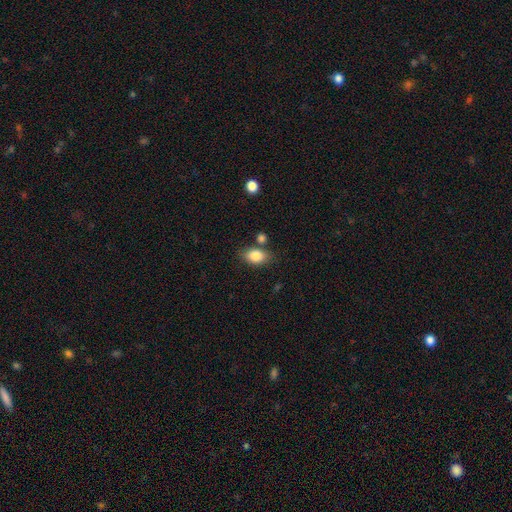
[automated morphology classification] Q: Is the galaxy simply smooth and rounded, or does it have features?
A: smooth — 84%.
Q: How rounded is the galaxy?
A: in between — 83%.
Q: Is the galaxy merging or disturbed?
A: none — 72%.